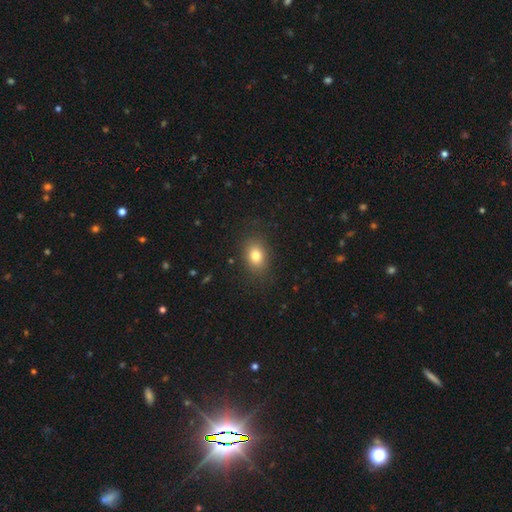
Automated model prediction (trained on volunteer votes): Morphology: type=smooth (81%); roundness=in between (69%); merging=none (85%).